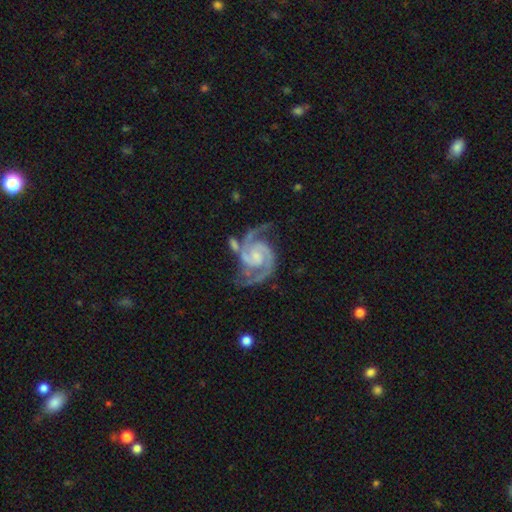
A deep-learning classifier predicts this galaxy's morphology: This is clearly a featured or disk galaxy (94%). It is clearly not viewed edge-on (98%). Bar: possibly no (56%). Spiral arm pattern: clearly yes (99%). Spiral arm count: clearly 2 (89%). Spiral winding: possibly medium (54%). Central bulge: possibly small (58%). Merging: likely none (61%).